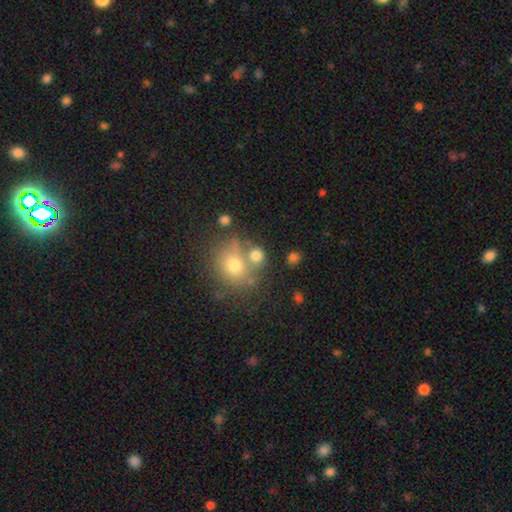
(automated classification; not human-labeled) Smooth or featured: smooth — 72% (star or artifact — 15%)
How rounded: round — 73% (in between — 25%)
Merging: none — 50% (merger — 32%)